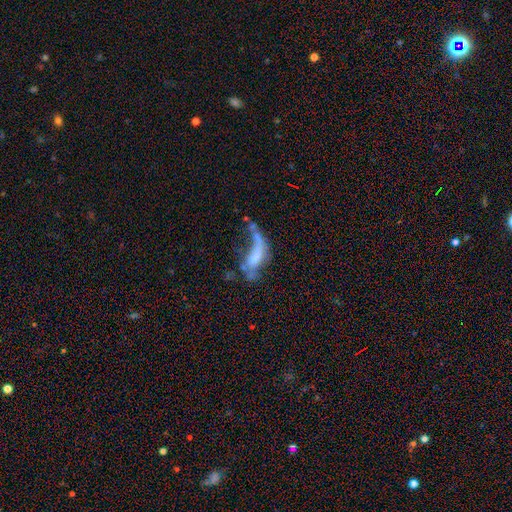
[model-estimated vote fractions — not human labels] A featured or disk galaxy (55%). Merging: major disturbance (42%).